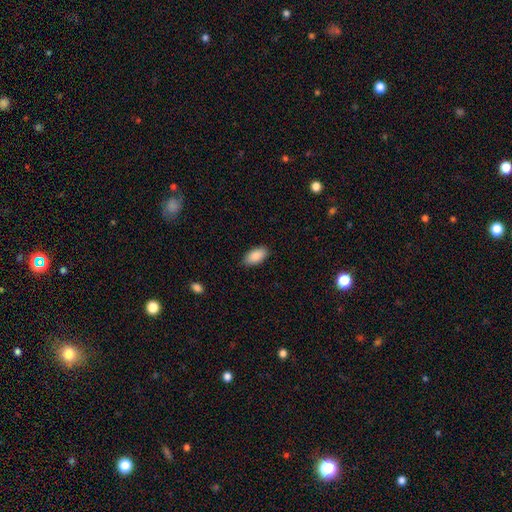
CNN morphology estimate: type=smooth (88%); roundness=in between (93%); merging=none (87%).